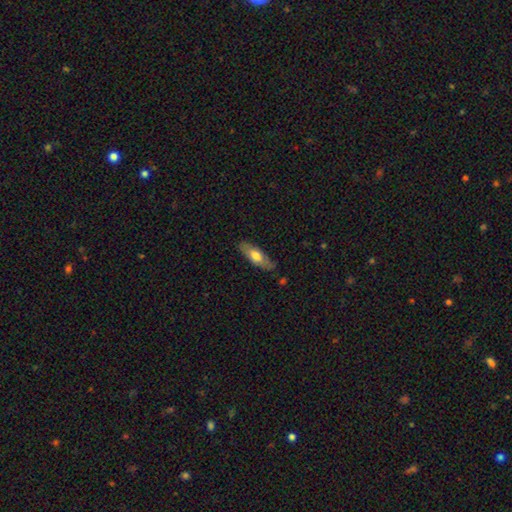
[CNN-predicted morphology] A smooth galaxy with no disk features (60%) that is in between round and cigar-shaped (67%).

Vote fractions:
- Smooth or featured? smooth: 60% / featured or disk: 34% / star or artifact: 6%
- How rounded? in between: 67% / cigar-shaped: 31% / round: 2%
- Merging? none: 79% / minor disturbance: 17% / major disturbance: 3% / merger: 1%